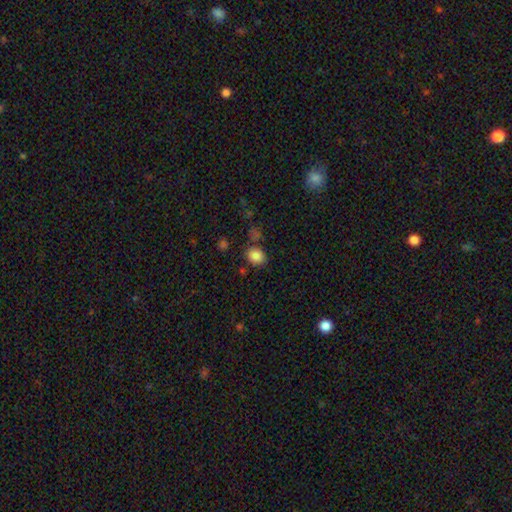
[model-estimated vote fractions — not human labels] The model was most divided on "how rounded": in between: 52%, round: 47%, cigar-shaped: 1%. More confident: smooth or featured — smooth (85%); merging — none (74%).